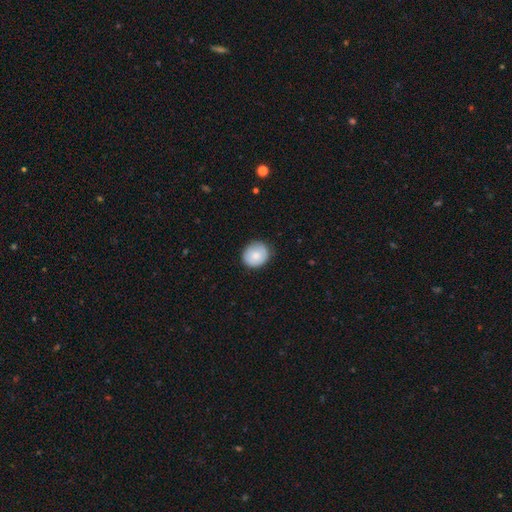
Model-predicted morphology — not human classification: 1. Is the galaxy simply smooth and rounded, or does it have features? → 81% smooth, 12% featured or disk, 7% star or artifact.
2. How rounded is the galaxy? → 80% round, 19% in between, 1% cigar-shaped.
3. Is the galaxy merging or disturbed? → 85% none, 12% minor disturbance, 2% major disturbance, 1% merger.